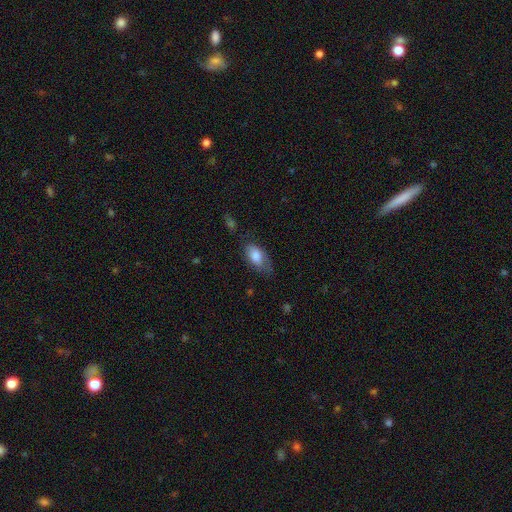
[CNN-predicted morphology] smooth_or_featured: smooth (p=0.77) [alt: featured or disk p=0.16]
how_rounded: in between (p=0.91) [alt: round p=0.04]
merging: none (p=0.55) [alt: minor disturbance p=0.30]